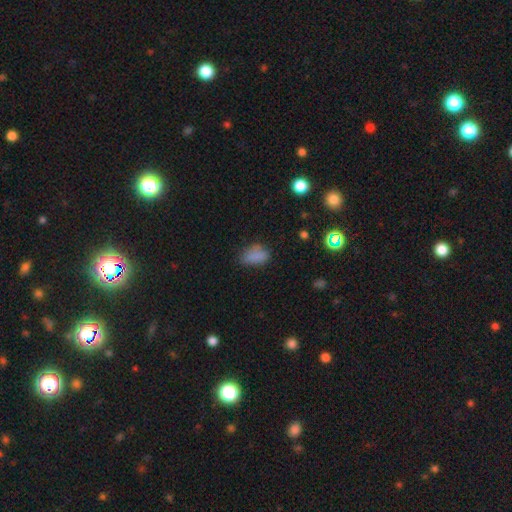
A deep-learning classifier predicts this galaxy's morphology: Smooth or featured? Predicted: smooth (p=0.80). How rounded? Predicted: in between (p=0.89). Merging? Predicted: none (p=0.62).